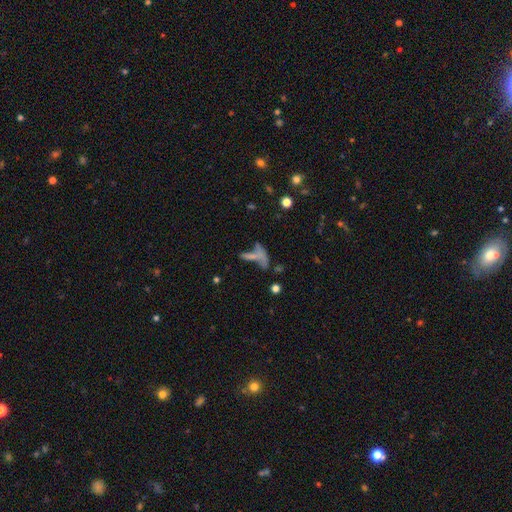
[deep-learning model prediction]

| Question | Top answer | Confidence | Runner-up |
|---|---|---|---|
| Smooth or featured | smooth | 53% | featured or disk (30%) |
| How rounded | cigar-shaped | 62% | in between (32%) |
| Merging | merger | 40% | none (31%) |